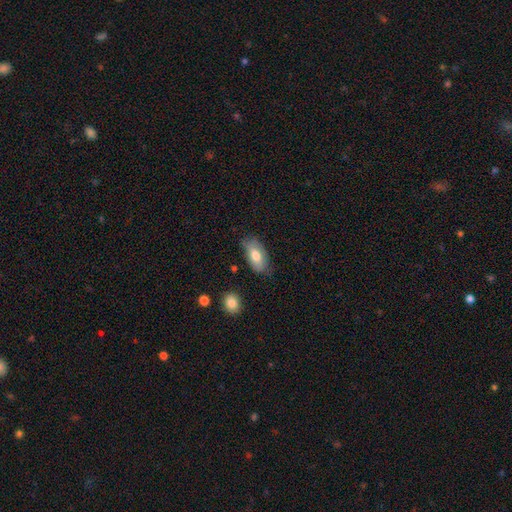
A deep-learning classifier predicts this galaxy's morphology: This appears to be a smooth galaxy with no disk features (73%) that is in between round and cigar-shaped (92%). Merging: none (71%).